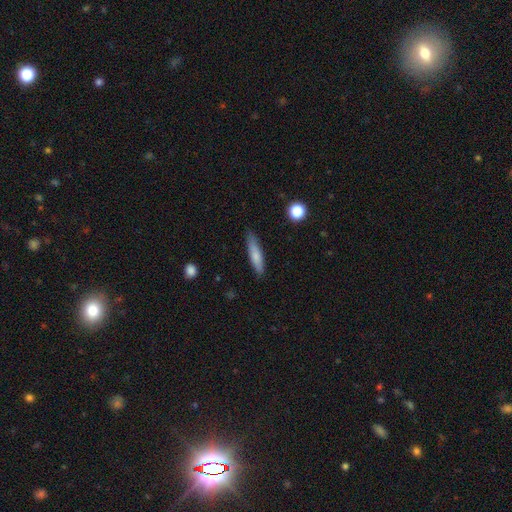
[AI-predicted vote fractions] This is likely a smooth galaxy (76%). How rounded: clearly cigar-shaped (81%). Merging: clearly none (80%).